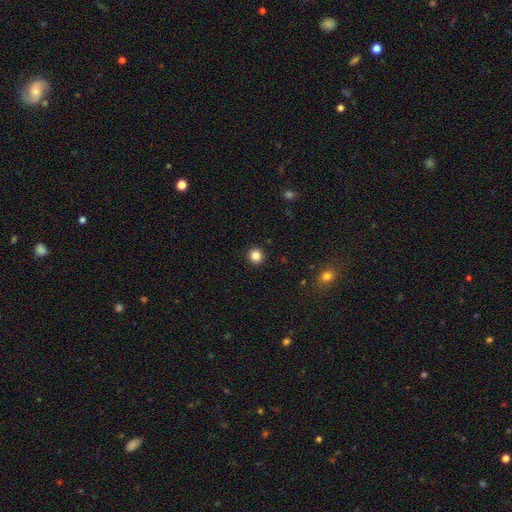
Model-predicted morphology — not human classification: Smooth or featured: smooth — 85% (star or artifact — 11%)
How rounded: round — 94% (in between — 5%)
Merging: none — 93% (minor disturbance — 4%)